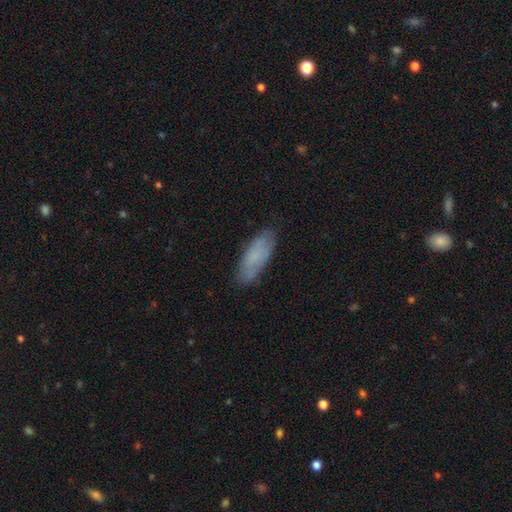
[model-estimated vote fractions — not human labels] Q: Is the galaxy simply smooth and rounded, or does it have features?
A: smooth — 75%.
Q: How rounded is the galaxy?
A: in between — 64%.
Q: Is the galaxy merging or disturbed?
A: none — 82%.